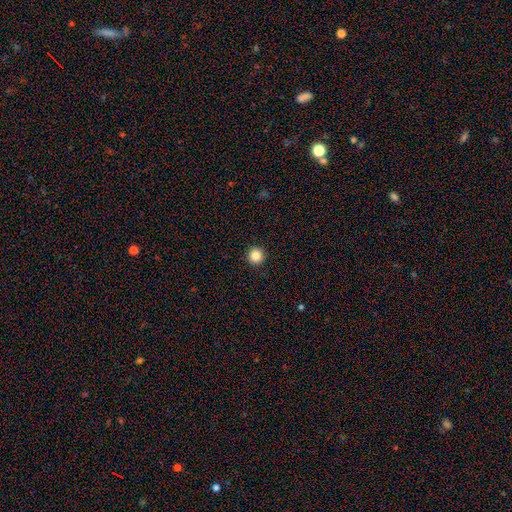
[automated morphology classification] smooth-or-featured: smooth: 85% | star or artifact: 11% | featured or disk: 4%
  how-rounded: round: 96% | in between: 3% | cigar-shaped: 1%
  merging: none: 94% | minor disturbance: 4% | major disturbance: 1% | merger: 1%